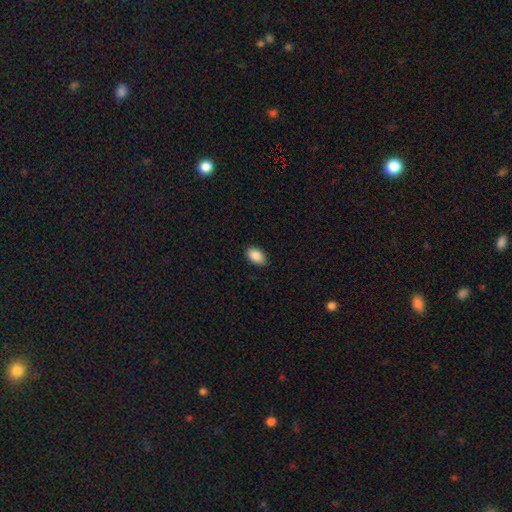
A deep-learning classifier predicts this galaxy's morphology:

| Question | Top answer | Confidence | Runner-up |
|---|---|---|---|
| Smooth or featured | smooth | 89% | star or artifact (7%) |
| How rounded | in between | 91% | round (8%) |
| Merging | none | 86% | minor disturbance (11%) |